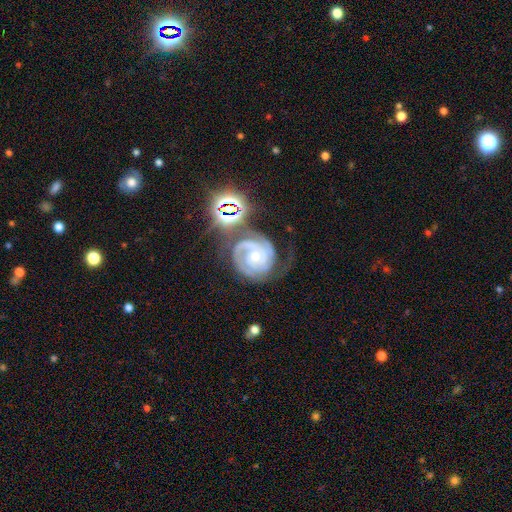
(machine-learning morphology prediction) The model was most divided on "bulge size": small: 53%, moderate: 42%, large: 2%, none: 1%, dominant: 1%. Remaining: edge-on disk — no (98%); spiral arms — yes (97%); smooth or featured — featured or disk (87%); bar — no (72%); spiral winding — tight (71%); merging — none (49%); spiral arm count — 2 (40%).